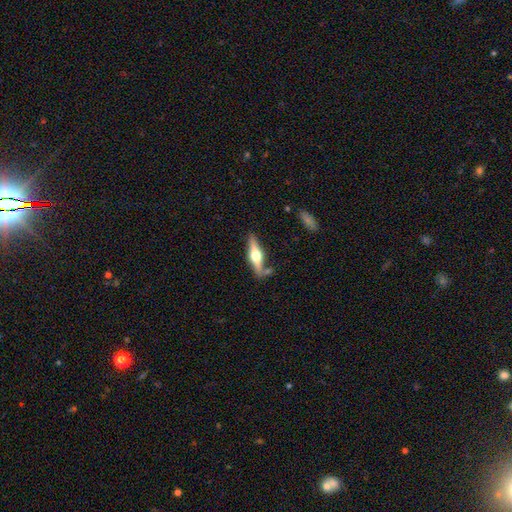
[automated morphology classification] A featured or disk galaxy (65%) viewed edge-on (95%) with a rounded central bulge (95%). Merging: none (78%).